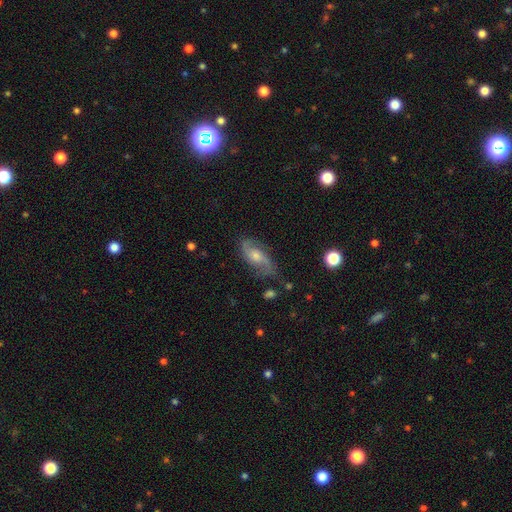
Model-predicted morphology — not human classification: Smooth or featured? featured or disk (75%)
Edge-on disk? no (92%)
Bar? no (57%)
Spiral arms? yes (93%)
Spiral winding? medium (43%)
Spiral arm count? 2 (87%)
Bulge size? moderate (56%)
Merging? none (72%)